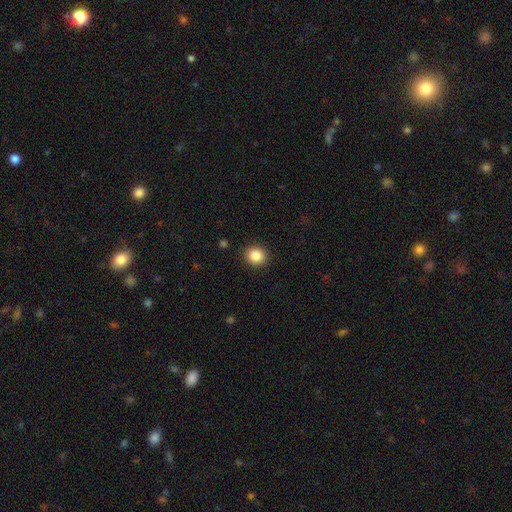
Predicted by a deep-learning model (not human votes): The model was most divided on "how rounded": round: 84%, in between: 15%, cigar-shaped: 1%. More confident: merging — none (91%); smooth or featured — smooth (86%).